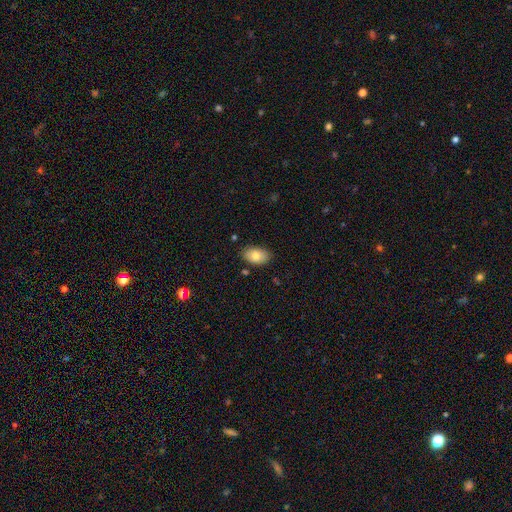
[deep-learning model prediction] This appears to be a smooth galaxy with no disk features (80%) that is in between round and cigar-shaped (92%). Merging: none (84%).